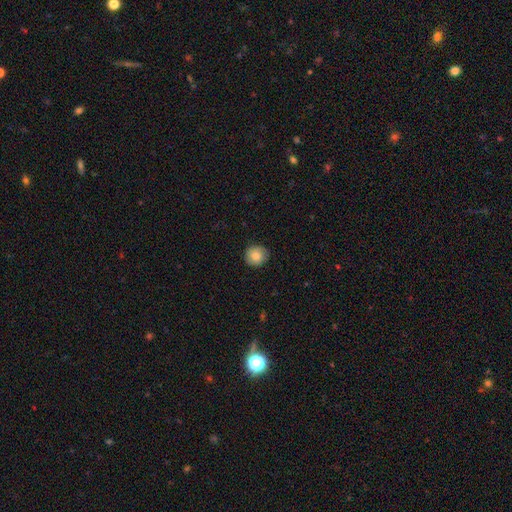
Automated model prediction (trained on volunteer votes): smooth-or-featured: smooth: 81% | featured or disk: 11% | star or artifact: 8%
  how-rounded: round: 88% | in between: 12% | cigar-shaped: 1%
  merging: none: 84% | minor disturbance: 13% | major disturbance: 2% | merger: 1%